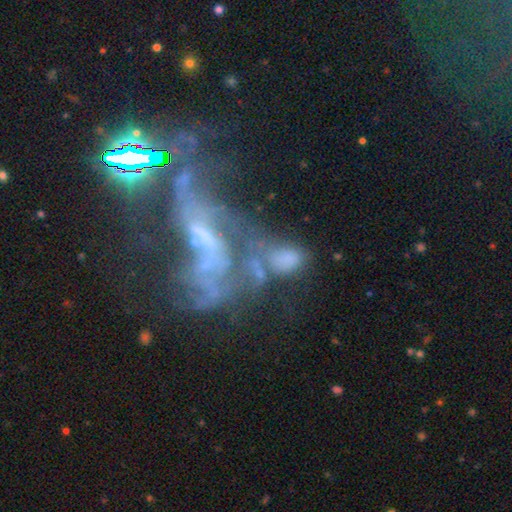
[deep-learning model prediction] Overall: featured or disk (60%; star or artifact 22%). Edge-on disk: no (93%). Bar: no (65%). Spiral arms: no (61%; yes 39%). Bulge size: none (54%; small 24%). Merging: merger (50%; major disturbance 28%).